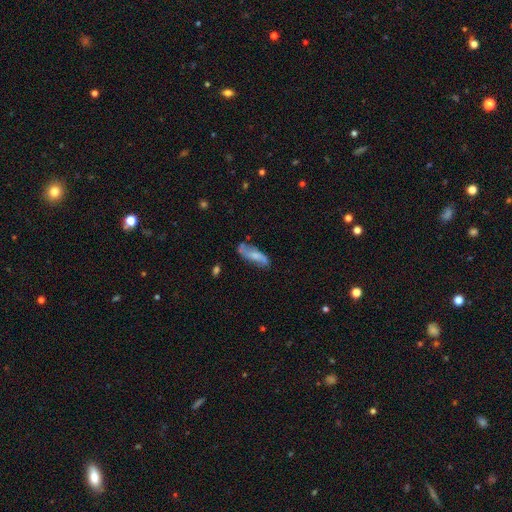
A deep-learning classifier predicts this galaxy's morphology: Overall: featured or disk (49%; smooth 44%). Merging: none (63%; minor disturbance 25%).